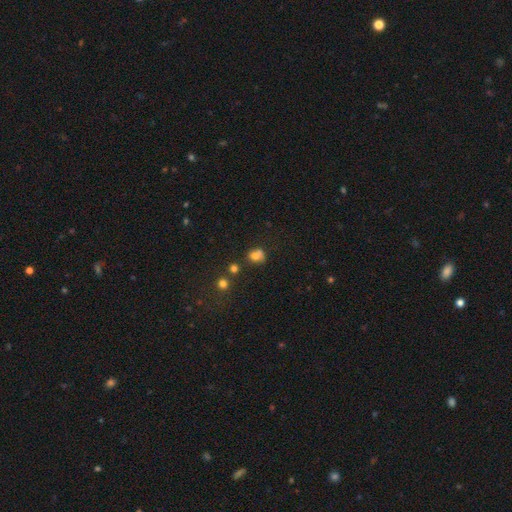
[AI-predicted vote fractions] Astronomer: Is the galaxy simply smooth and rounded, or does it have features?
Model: smooth — 71%.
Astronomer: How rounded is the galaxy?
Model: round — 67%.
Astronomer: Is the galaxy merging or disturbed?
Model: none — 41% (runner-up: merger, 38%).